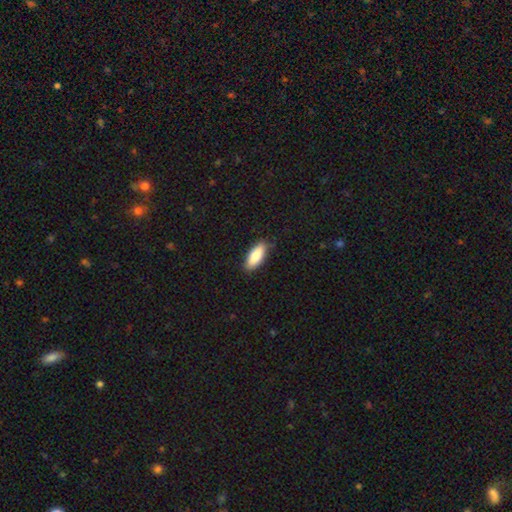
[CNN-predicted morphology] Smooth or featured? Predicted: smooth (p=0.85). How rounded? Predicted: in between (p=0.77). Merging? Predicted: none (p=0.83).